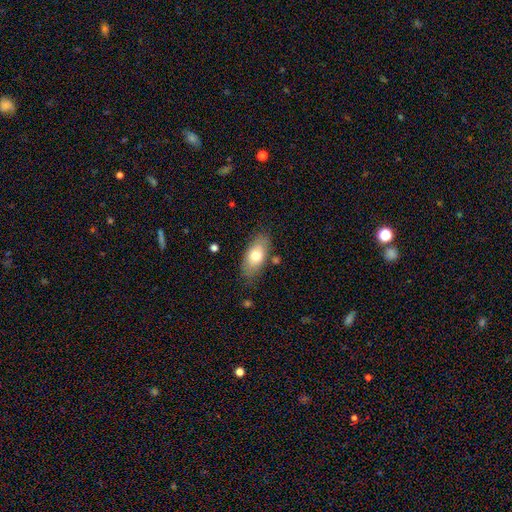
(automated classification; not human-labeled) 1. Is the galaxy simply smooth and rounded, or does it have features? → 71% smooth, 22% featured or disk, 7% star or artifact.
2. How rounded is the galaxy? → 88% in between, 8% cigar-shaped, 4% round.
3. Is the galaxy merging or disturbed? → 78% none, 15% minor disturbance, 4% major disturbance, 3% merger.